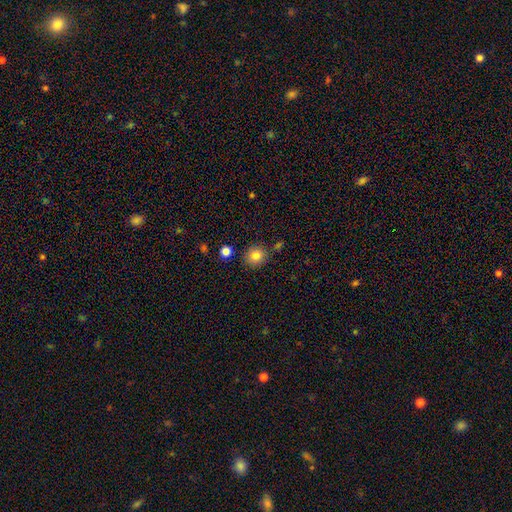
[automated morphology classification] Q: Smooth or featured?
A: smooth (82%); runner-up: star or artifact (10%)
Q: How rounded?
A: round (85%); runner-up: in between (14%)
Q: Merging?
A: none (84%); runner-up: minor disturbance (9%)